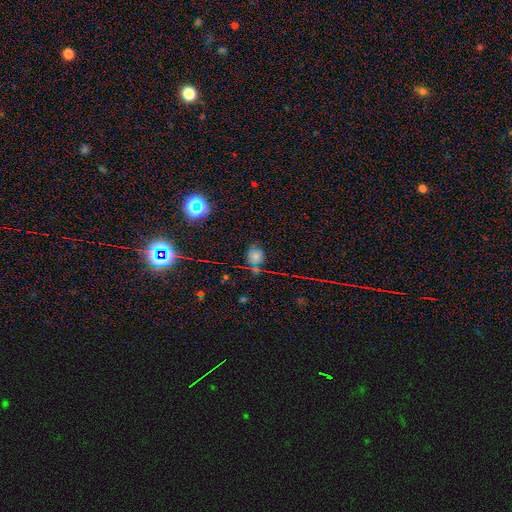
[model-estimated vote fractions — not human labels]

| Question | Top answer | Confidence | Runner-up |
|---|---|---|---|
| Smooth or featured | smooth | 56% | star or artifact (29%) |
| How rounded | round | 72% | in between (26%) |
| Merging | none | 62% | minor disturbance (21%) |